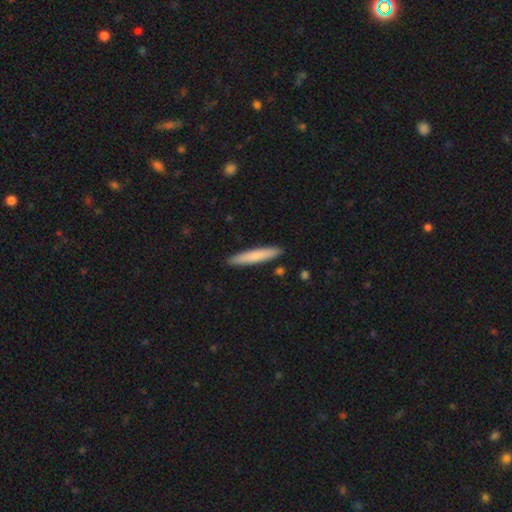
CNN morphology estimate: Overall: smooth (77%). How rounded: cigar-shaped (93%). Merging: none (90%).